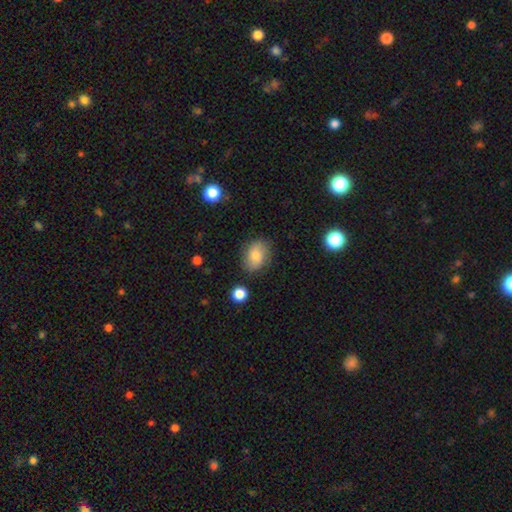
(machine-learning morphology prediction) The model was most divided on "how rounded": in between: 73%, round: 25%, cigar-shaped: 1%. More confident: merging — none (78%); smooth or featured — smooth (78%).